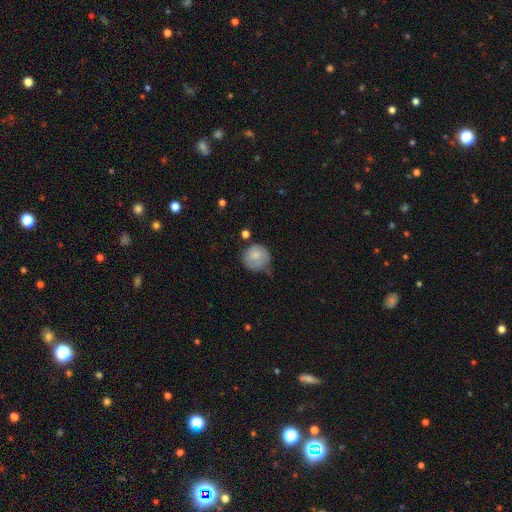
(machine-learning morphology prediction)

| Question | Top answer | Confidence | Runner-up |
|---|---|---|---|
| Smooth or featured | smooth | 77% | featured or disk (16%) |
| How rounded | round | 89% | in between (10%) |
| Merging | none | 59% | minor disturbance (29%) |